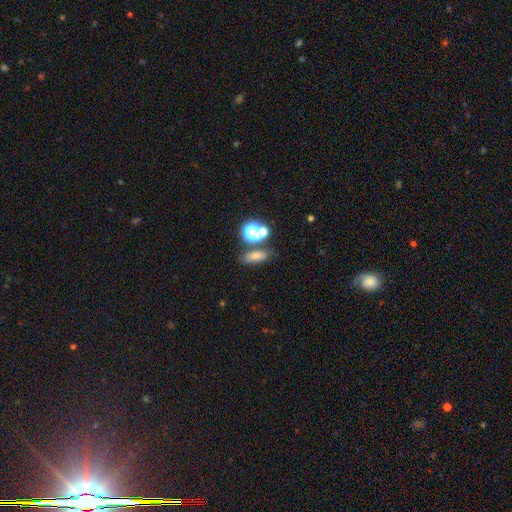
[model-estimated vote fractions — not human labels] Smooth or featured?
  - smooth: 54% *
  - star or artifact: 30%
  - featured or disk: 16%
How rounded?
  - in between: 64% *
  - round: 22%
  - cigar-shaped: 14%
Merging?
  - none: 69% *
  - merger: 15%
  - minor disturbance: 11%
  - major disturbance: 5%